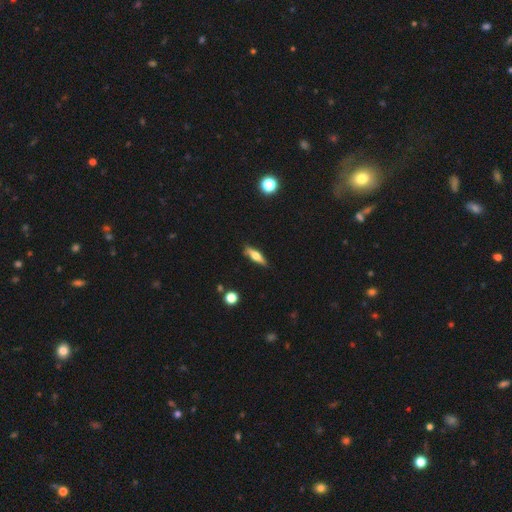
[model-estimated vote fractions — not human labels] A featured or disk galaxy (51%) viewed edge-on (93%). Merging: none (86%).